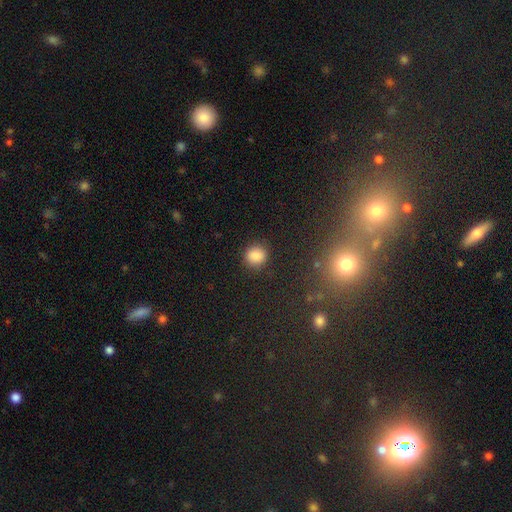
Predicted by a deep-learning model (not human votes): A smooth galaxy with no disk features (86%) that is round (76%).

Vote fractions:
- Smooth or featured? smooth: 86% / star or artifact: 10% / featured or disk: 4%
- How rounded? round: 76% / in between: 23% / cigar-shaped: 1%
- Merging? none: 85% / minor disturbance: 10% / major disturbance: 3% / merger: 2%